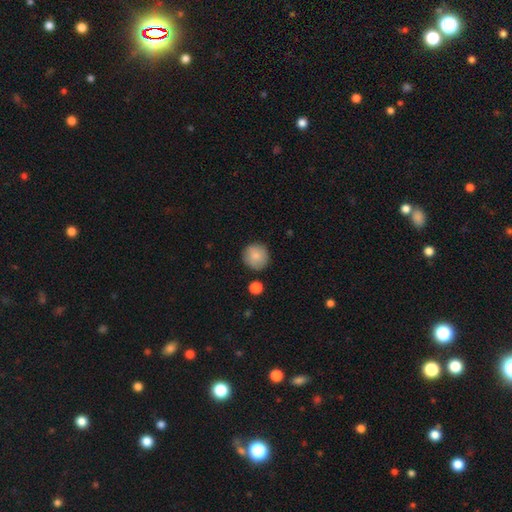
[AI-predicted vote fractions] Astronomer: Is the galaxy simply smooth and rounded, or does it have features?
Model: smooth — 84%.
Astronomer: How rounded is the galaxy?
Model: round — 93%.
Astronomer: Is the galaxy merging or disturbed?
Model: none — 85%.